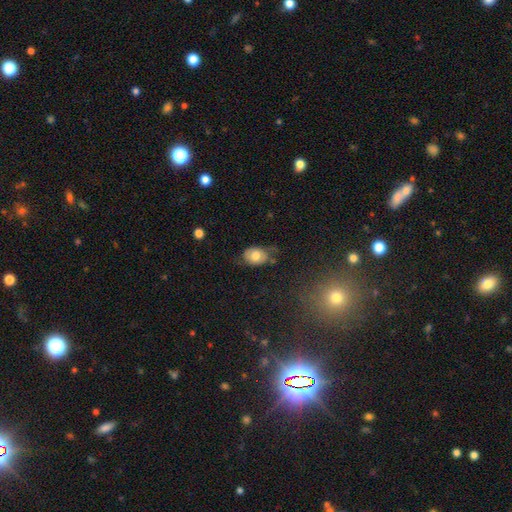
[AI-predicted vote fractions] Morphology: type=smooth (69%); roundness=in between (73%); merging=none (52%).